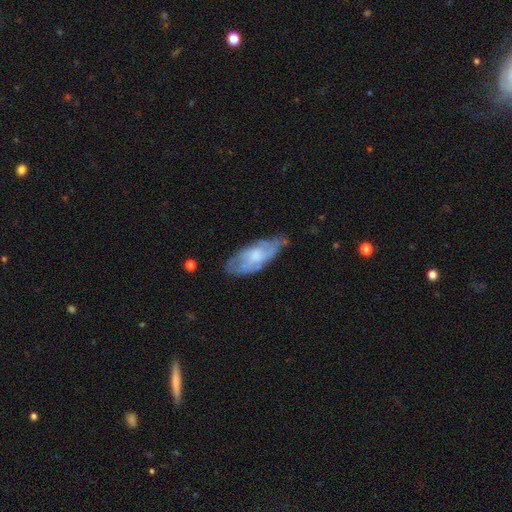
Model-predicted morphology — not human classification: This is possibly a featured or disk galaxy (60%). It is clearly not viewed edge-on (84%). Bar: likely no (73%). Spiral arm pattern: likely yes (70%). Central bulge: possibly moderate (49%). Merging: likely none (63%).